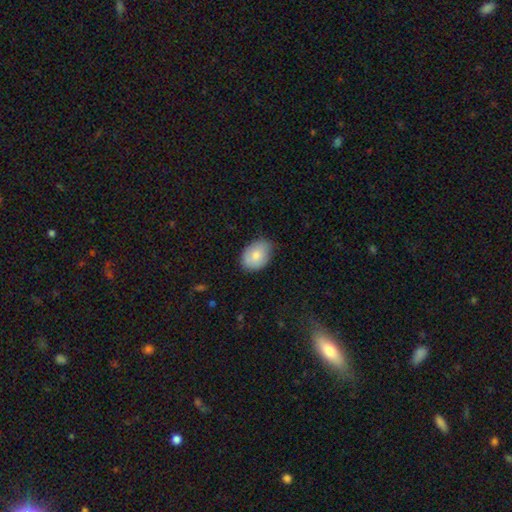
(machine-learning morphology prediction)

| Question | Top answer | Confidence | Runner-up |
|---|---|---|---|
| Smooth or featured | smooth | 81% | featured or disk (12%) |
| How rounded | in between | 78% | round (21%) |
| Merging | none | 77% | minor disturbance (19%) |